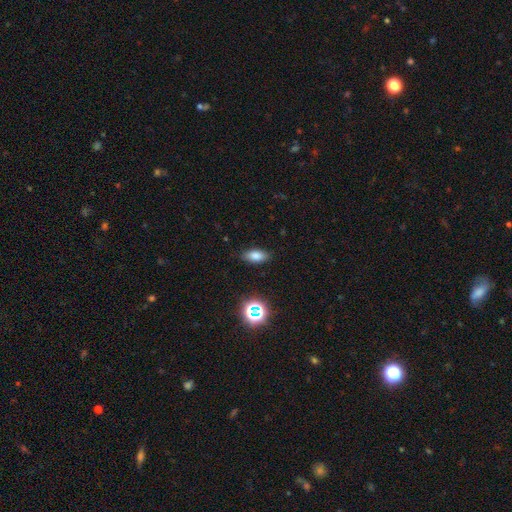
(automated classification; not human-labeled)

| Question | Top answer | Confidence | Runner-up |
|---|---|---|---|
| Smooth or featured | smooth | 79% | star or artifact (13%) |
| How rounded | in between | 86% | cigar-shaped (8%) |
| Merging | none | 86% | minor disturbance (10%) |